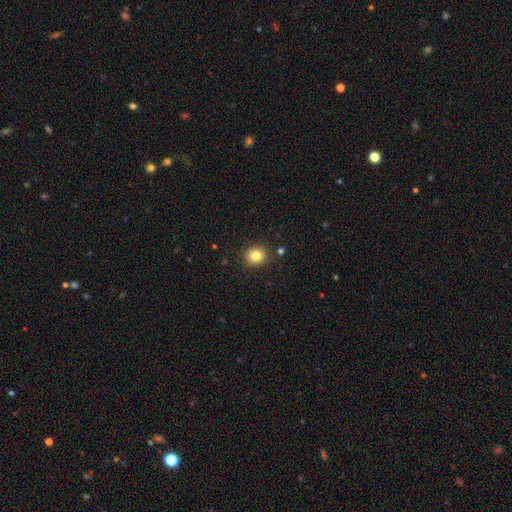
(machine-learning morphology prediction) type=smooth (82%); roundness=round (82%); merging=none (88%).